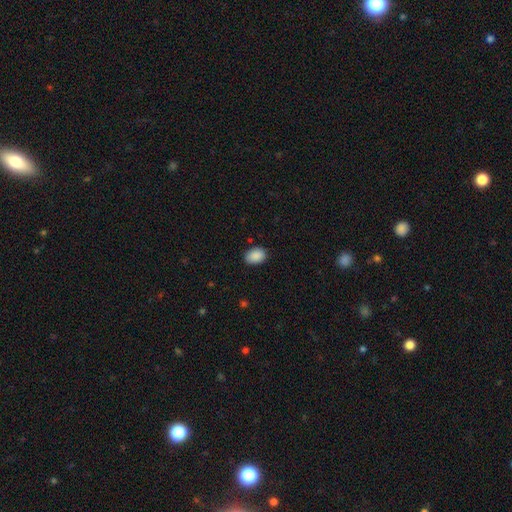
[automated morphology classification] Smooth or featured?
  - smooth: 90% *
  - star or artifact: 7%
  - featured or disk: 3%
How rounded?
  - in between: 82% *
  - round: 17%
  - cigar-shaped: 1%
Merging?
  - none: 85% *
  - minor disturbance: 12%
  - major disturbance: 2%
  - merger: 1%